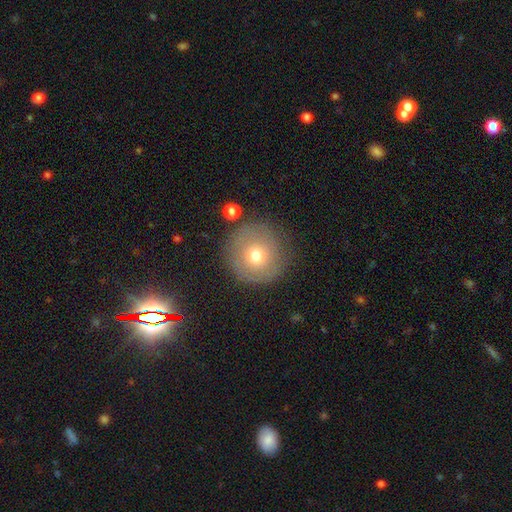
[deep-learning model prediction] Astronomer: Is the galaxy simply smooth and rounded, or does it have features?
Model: smooth — 68%.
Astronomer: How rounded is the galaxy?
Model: round — 95%.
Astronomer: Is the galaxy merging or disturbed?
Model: none — 80%.